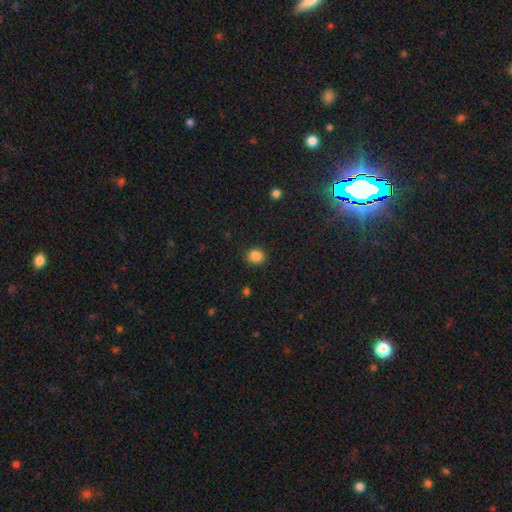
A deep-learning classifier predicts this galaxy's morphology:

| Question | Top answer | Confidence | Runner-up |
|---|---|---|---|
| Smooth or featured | smooth | 86% | star or artifact (11%) |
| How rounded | round | 59% | in between (40%) |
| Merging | none | 85% | minor disturbance (11%) |